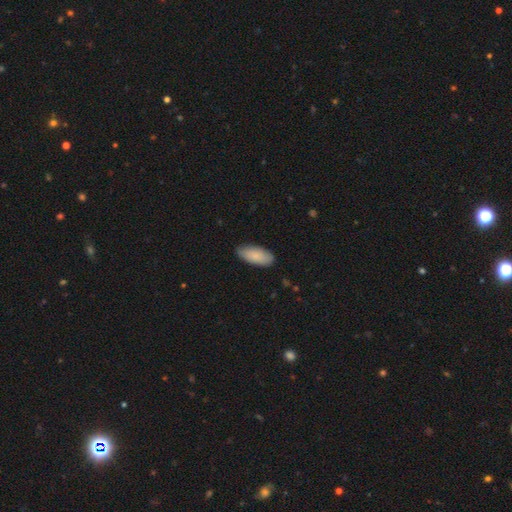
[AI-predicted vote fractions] Morphology: type=smooth (86%); roundness=in between (88%); merging=none (83%).